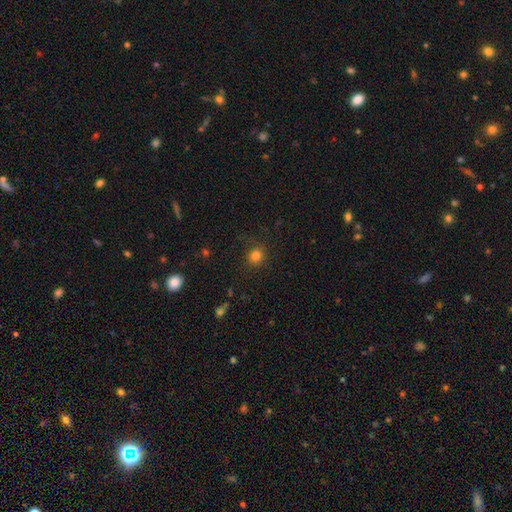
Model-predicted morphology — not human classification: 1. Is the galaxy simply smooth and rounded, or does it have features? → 81% smooth, 14% star or artifact, 5% featured or disk.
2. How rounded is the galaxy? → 86% round, 13% in between, 1% cigar-shaped.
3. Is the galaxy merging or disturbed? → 85% none, 10% minor disturbance, 4% major disturbance, 1% merger.